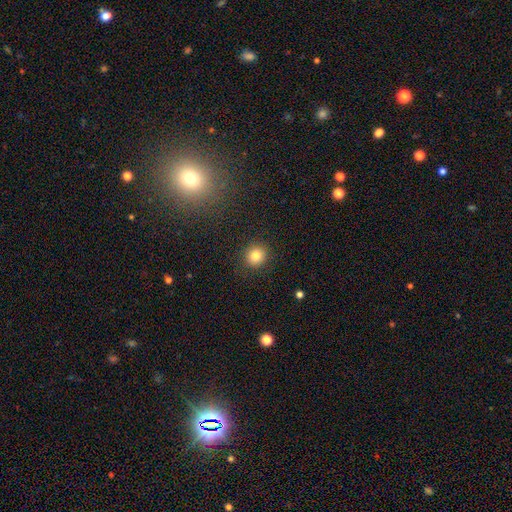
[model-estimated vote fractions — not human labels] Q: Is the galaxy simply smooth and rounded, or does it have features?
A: smooth — 82%.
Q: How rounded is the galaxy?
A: round — 85%.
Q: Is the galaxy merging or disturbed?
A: none — 89%.